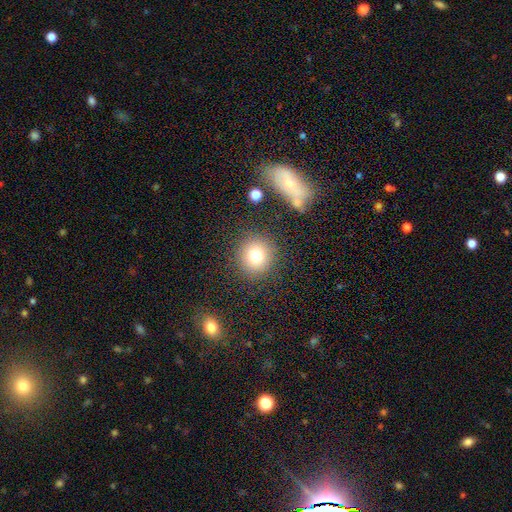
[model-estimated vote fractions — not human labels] This appears to be a smooth galaxy with no disk features (78%) that is round (89%). Merging: none (86%).